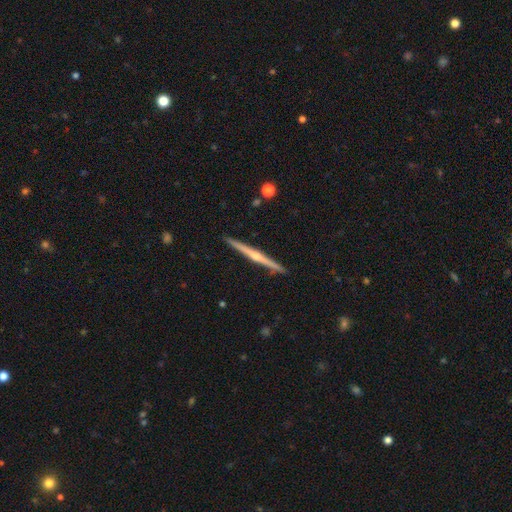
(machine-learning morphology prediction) Smooth or featured?
  - featured or disk: 78% *
  - smooth: 17%
  - star or artifact: 6%
Edge-on disk?
  - yes: 98% *
  - no: 2%
Edge-on bulge?
  - rounded: 79% *
  - none: 16%
  - boxy: 5%
Merging?
  - none: 91% *
  - minor disturbance: 6%
  - merger: 1%
  - major disturbance: 1%